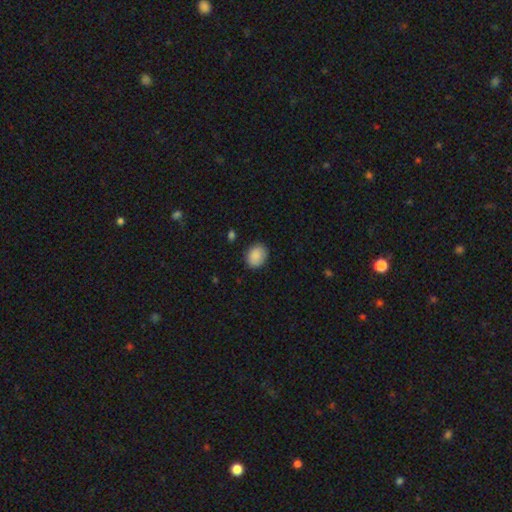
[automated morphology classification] Overall: smooth (89%). How rounded: in between (55%; round 45%). Merging: none (85%).